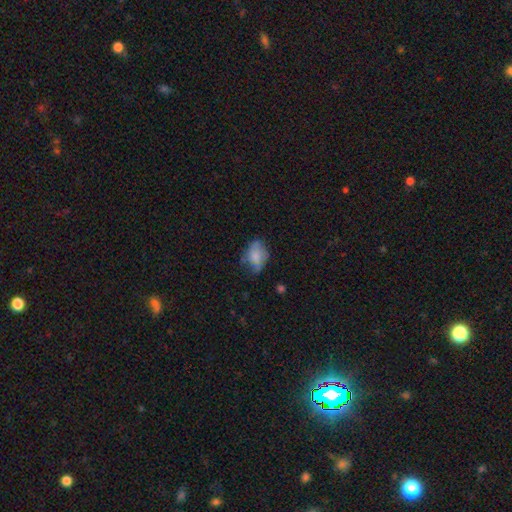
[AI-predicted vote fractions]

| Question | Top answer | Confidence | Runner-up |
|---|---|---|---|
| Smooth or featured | smooth | 66% | featured or disk (25%) |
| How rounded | in between | 76% | round (23%) |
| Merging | none | 44% | minor disturbance (35%) |